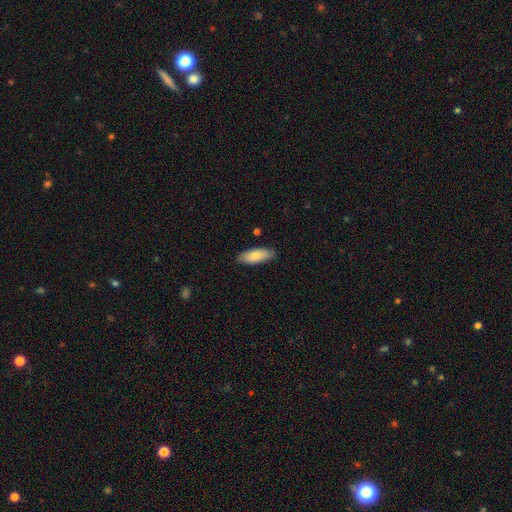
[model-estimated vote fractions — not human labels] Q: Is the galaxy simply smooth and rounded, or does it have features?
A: smooth — 79%.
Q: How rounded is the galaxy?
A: in between — 78%.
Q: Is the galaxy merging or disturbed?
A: none — 84%.